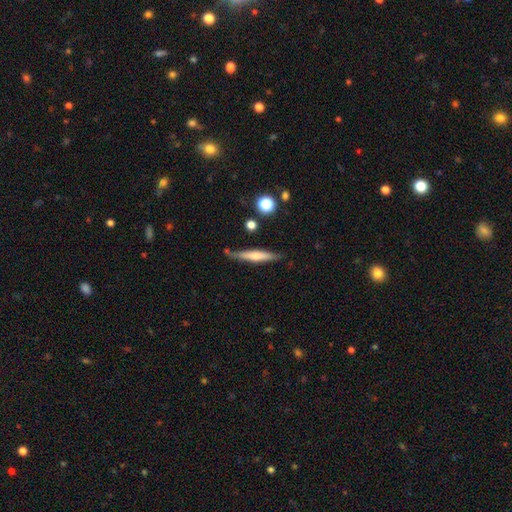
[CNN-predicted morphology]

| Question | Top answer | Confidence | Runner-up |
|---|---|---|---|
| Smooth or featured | smooth | 50% | featured or disk (44%) |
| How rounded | cigar-shaped | 91% | in between (7%) |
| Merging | none | 77% | minor disturbance (16%) |